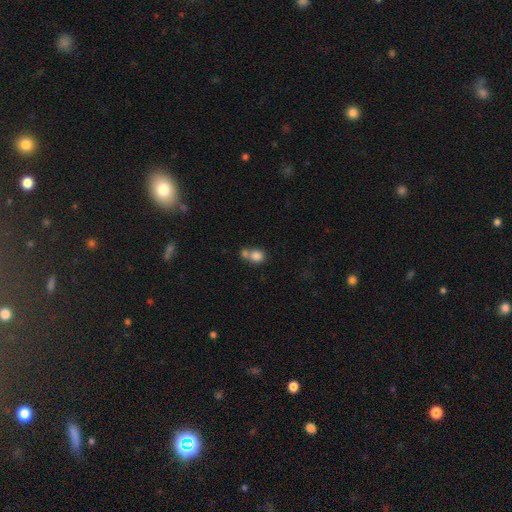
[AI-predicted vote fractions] A smooth galaxy with no disk features (81%) that is round (72%).

Vote fractions:
- Smooth or featured? smooth: 81% / star or artifact: 10% / featured or disk: 10%
- How rounded? round: 72% / in between: 27% / cigar-shaped: 1%
- Merging? merger: 52% / none: 35% / minor disturbance: 8% / major disturbance: 4%